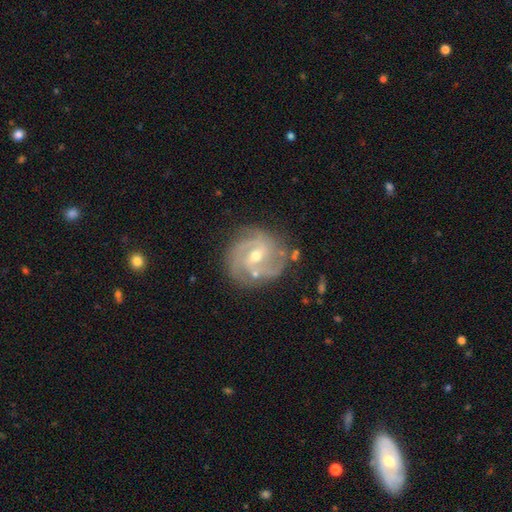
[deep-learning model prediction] This appears to be a featured or disk galaxy (88%) with a weak bar (51%), 3 (37%) tight (50%) spiral arms (97%) and a moderate central bulge (57%). Merging: none (75%).